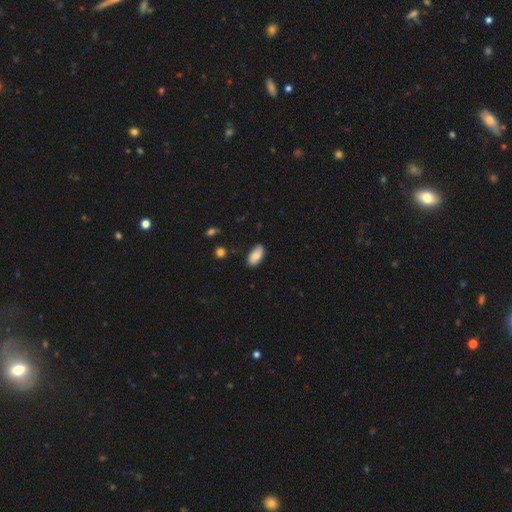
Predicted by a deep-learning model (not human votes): This appears to be a smooth galaxy with no disk features (83%) that is in between round and cigar-shaped (94%). Merging: none (78%).